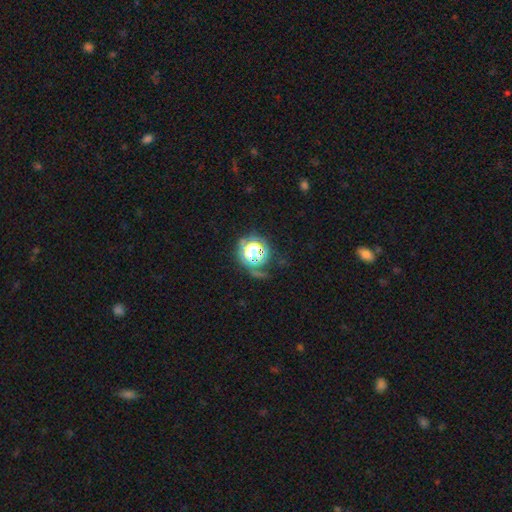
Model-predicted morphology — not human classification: smooth-or-featured: star or artifact: 71% | smooth: 21% | featured or disk: 9%